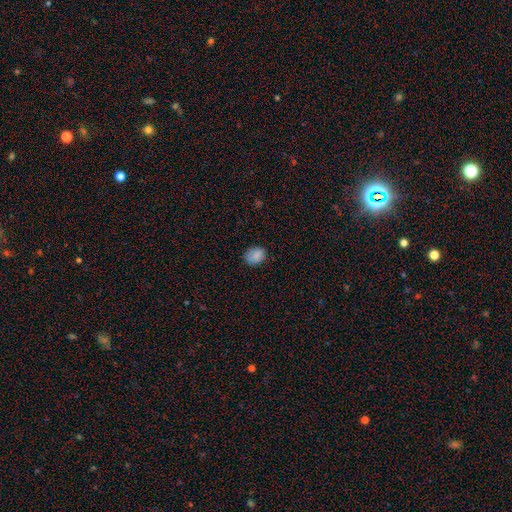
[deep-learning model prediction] Smooth or featured? smooth (84%)
How rounded? in between (60%)
Merging? none (78%)